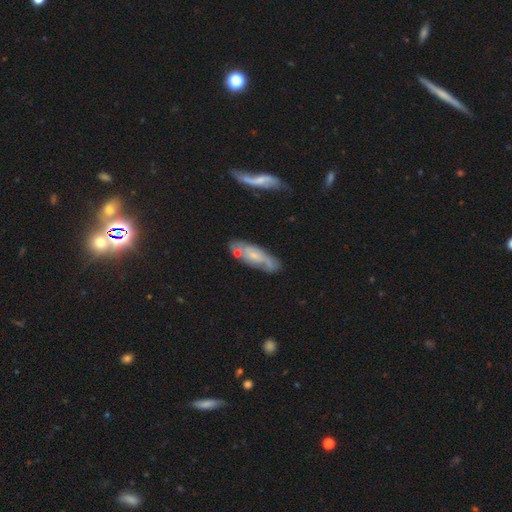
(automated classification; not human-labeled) Smooth or featured? featured or disk (58%)
Edge-on disk? no (83%)
Merging? none (61%)